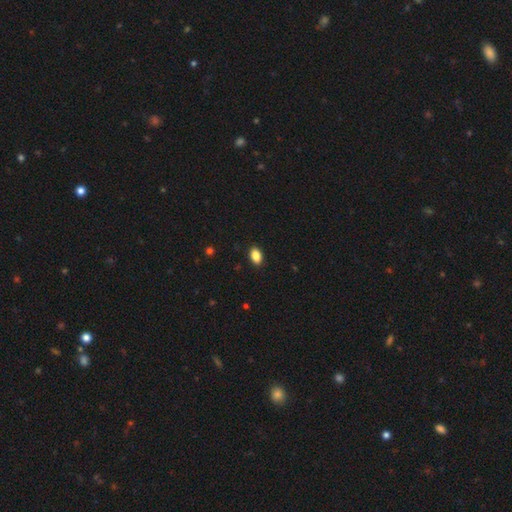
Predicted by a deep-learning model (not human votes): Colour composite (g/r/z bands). It shows a smooth galaxy with no disk features (87%) that is in between round and cigar-shaped (88%). Merging: none (90%).